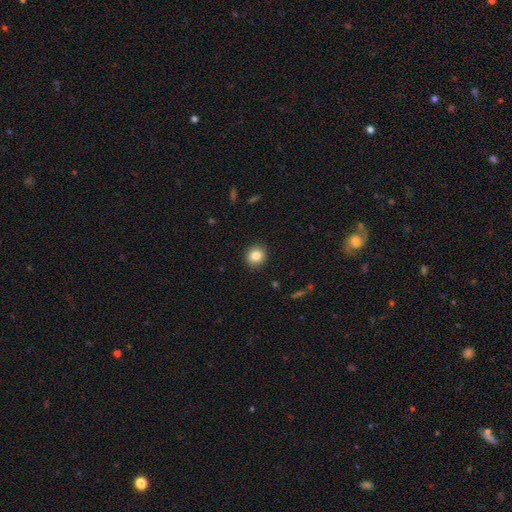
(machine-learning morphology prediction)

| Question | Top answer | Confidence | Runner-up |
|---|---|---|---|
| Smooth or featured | smooth | 84% | star or artifact (10%) |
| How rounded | round | 83% | in between (16%) |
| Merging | none | 91% | minor disturbance (6%) |